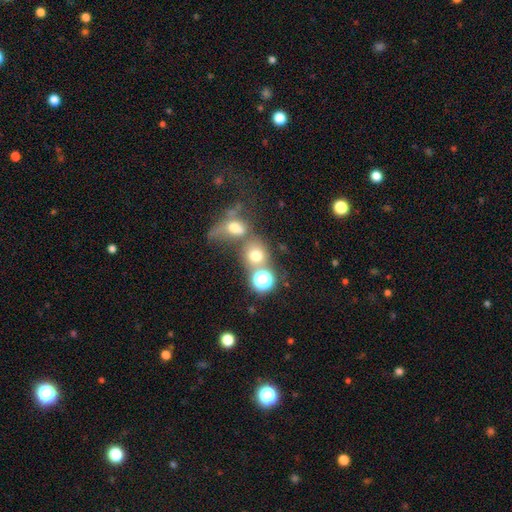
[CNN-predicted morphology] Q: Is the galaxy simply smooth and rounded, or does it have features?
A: smooth — 64%.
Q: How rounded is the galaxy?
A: round — 69%.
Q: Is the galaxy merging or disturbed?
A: none — 41%.